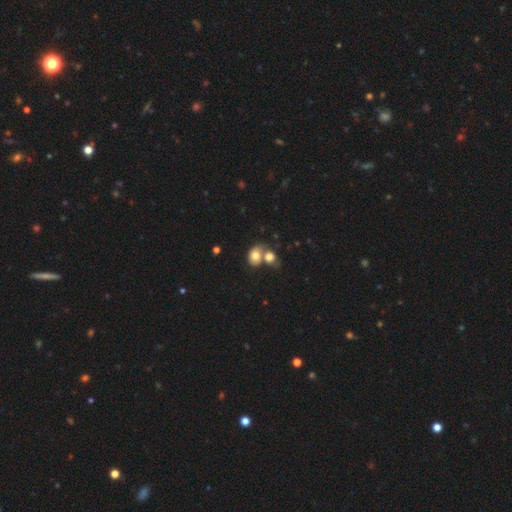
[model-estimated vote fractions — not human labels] Smooth or featured: smooth — 75% (featured or disk — 16%)
How rounded: in between — 58% (round — 41%)
Merging: merger — 59% (none — 28%)